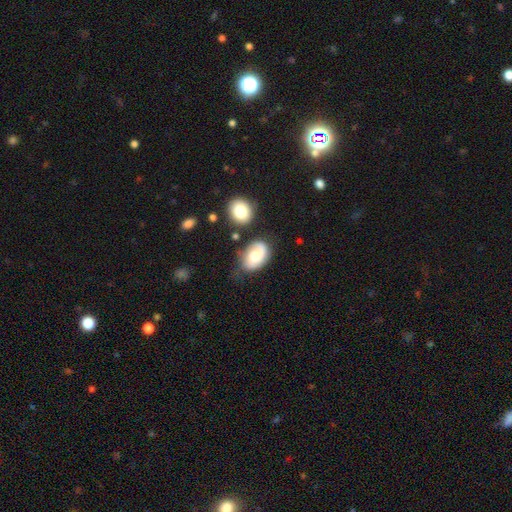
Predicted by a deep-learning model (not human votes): A smooth galaxy with no disk features (56%) that is in between round and cigar-shaped (81%). Merging: none (51%).